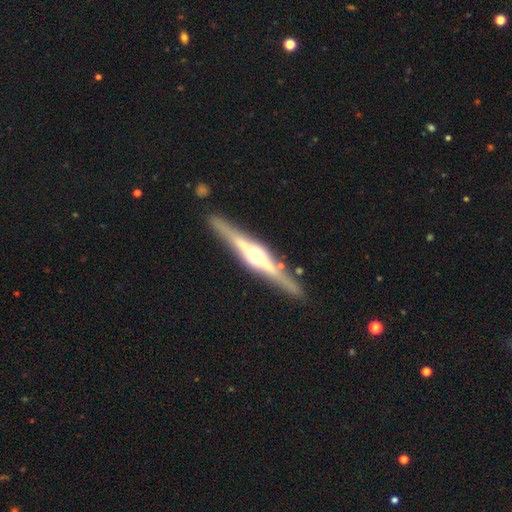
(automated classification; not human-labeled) A featured or disk galaxy (84%) viewed edge-on (98%) with a rounded central bulge (90%).

Vote fractions:
- Smooth or featured? featured or disk: 84% / smooth: 12% / star or artifact: 5%
- Edge-on disk? yes: 98% / no: 2%
- Edge-on bulge? rounded: 90% / boxy: 8% / none: 2%
- Merging? none: 88% / minor disturbance: 8% / merger: 2% / major disturbance: 2%